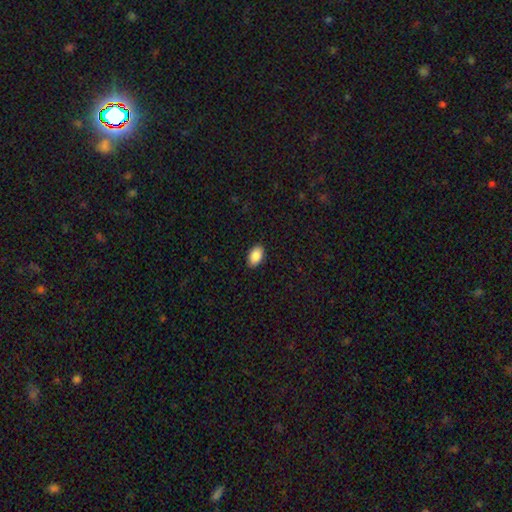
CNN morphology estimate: Smooth or featured: smooth — 90% (star or artifact — 7%)
How rounded: in between — 93% (round — 6%)
Merging: none — 89% (minor disturbance — 9%)